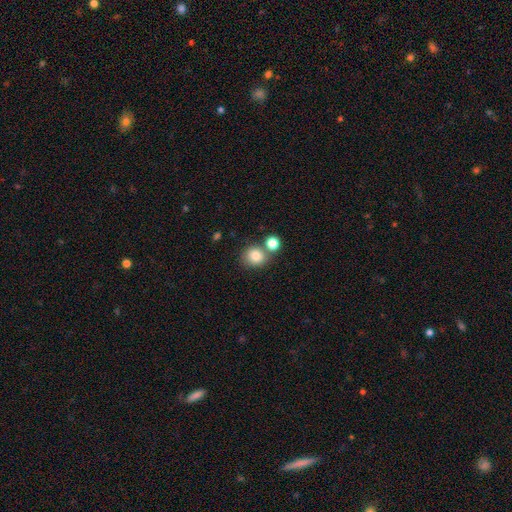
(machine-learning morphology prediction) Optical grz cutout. It shows a smooth galaxy with no disk features (82%) that is round (81%). Merging: none (62%).